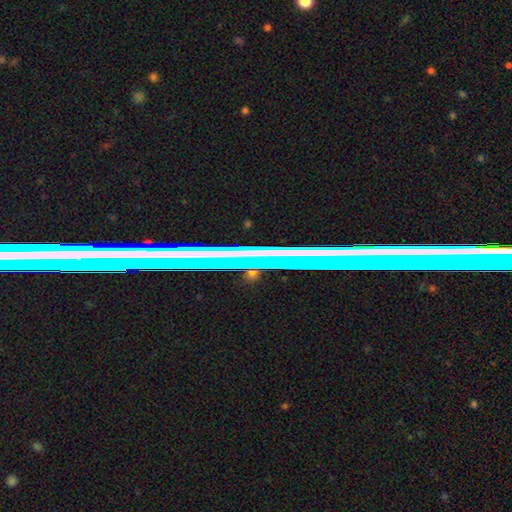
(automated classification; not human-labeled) smooth-or-featured: star or artifact: 64% | featured or disk: 25% | smooth: 11%